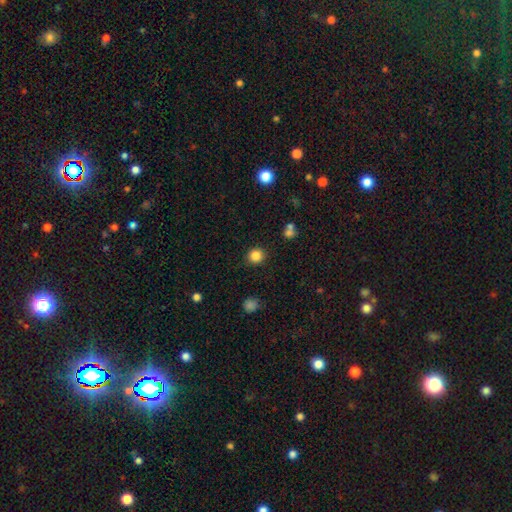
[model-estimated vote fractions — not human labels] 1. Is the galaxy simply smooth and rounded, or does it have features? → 84% smooth, 11% star or artifact, 5% featured or disk.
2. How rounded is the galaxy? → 90% round, 9% in between, 1% cigar-shaped.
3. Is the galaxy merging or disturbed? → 87% none, 7% minor disturbance, 3% merger, 3% major disturbance.